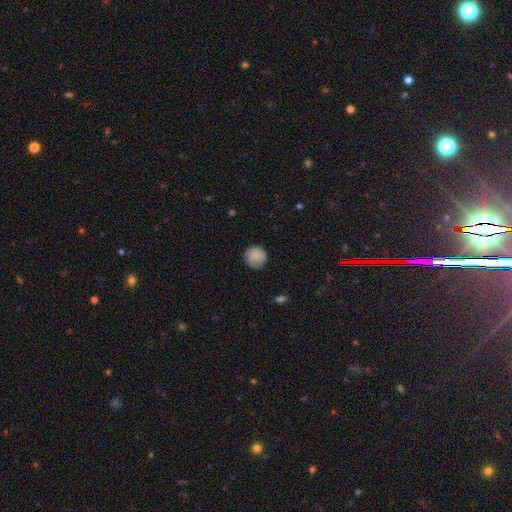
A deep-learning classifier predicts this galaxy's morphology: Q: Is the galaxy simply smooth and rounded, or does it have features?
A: smooth — 85%.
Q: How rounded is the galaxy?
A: round — 93%.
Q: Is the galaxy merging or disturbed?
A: none — 82%.